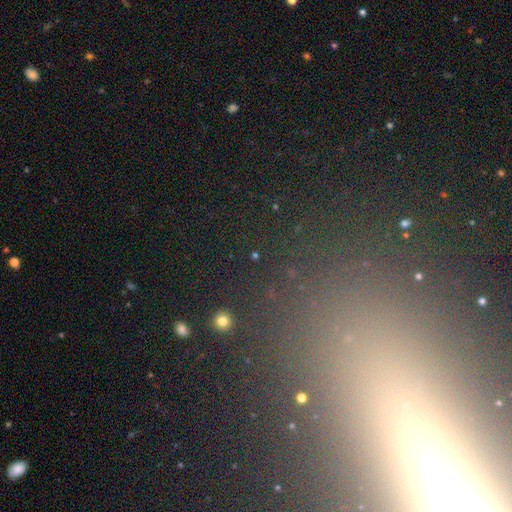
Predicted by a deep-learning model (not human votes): A star or artifact, not a galaxy (53%).

Vote fractions:
- Smooth or featured? star or artifact: 53% / smooth: 35% / featured or disk: 12%